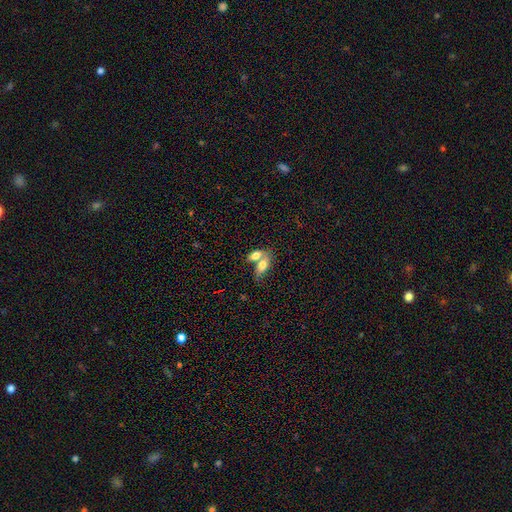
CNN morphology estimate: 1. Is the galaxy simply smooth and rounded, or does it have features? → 74% smooth, 20% featured or disk, 7% star or artifact.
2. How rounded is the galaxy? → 84% in between, 8% cigar-shaped, 7% round.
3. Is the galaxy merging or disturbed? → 65% merger, 24% none, 7% minor disturbance, 4% major disturbance.